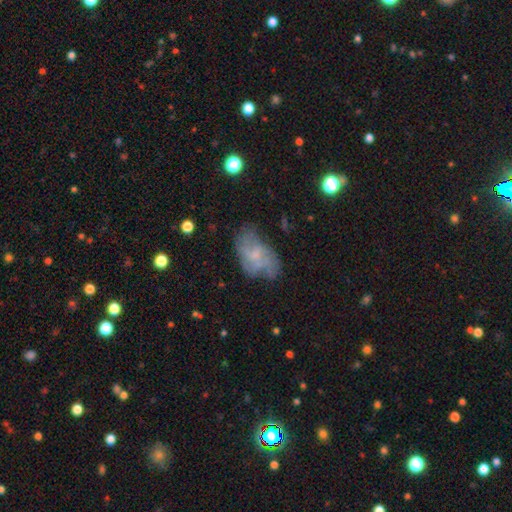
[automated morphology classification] featured or disk 53%, smooth 37%, star or artifact 10%. Down the decision tree: edge-on disk — no (96%); bar — no (65%); spiral arms — yes (60%); bulge size — small (52%); merging — none (52%).